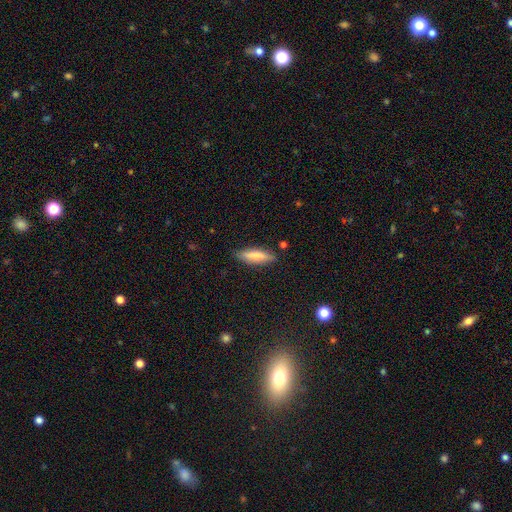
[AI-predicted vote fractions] Morphology: type=smooth (70%); roundness=cigar-shaped (63%); merging=none (84%).